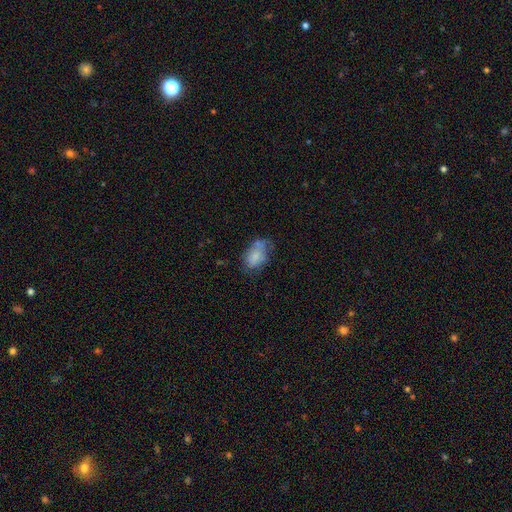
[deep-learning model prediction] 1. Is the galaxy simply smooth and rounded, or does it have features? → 71% smooth, 20% featured or disk, 9% star or artifact.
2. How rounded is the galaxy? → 88% in between, 10% round, 2% cigar-shaped.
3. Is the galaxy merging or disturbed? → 43% none, 30% minor disturbance, 15% major disturbance, 11% merger.